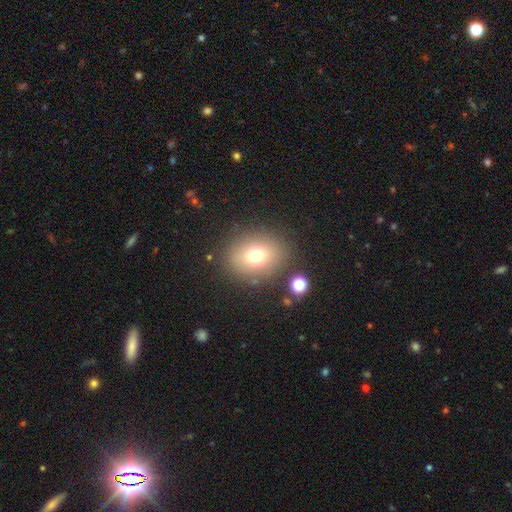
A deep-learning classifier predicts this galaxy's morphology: Smooth or featured? Predicted: smooth (p=0.72). How rounded? Predicted: round (p=0.60). Merging? Predicted: none (p=0.82).